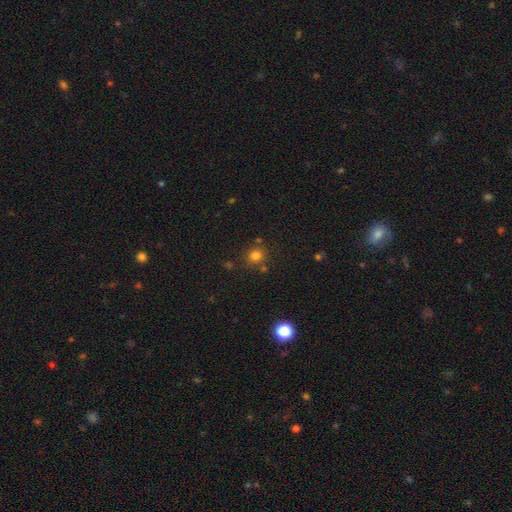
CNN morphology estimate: Smooth or featured: smooth — 77% (star or artifact — 17%)
How rounded: round — 87% (in between — 12%)
Merging: none — 78% (minor disturbance — 10%)